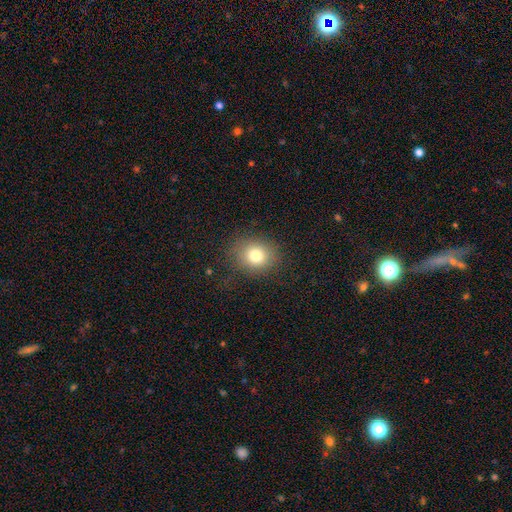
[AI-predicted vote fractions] Overall: smooth (78%). How rounded: round (68%; in between 32%). Merging: none (83%).